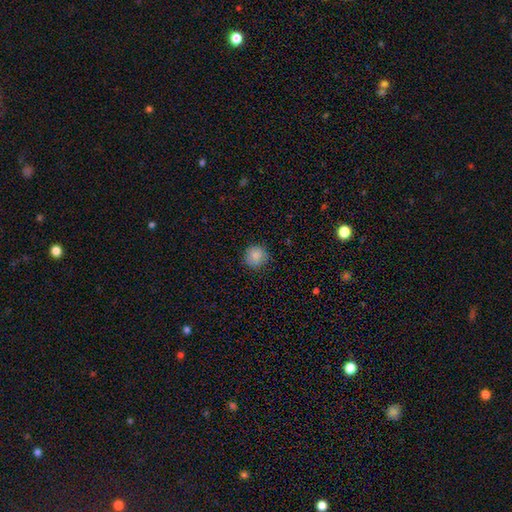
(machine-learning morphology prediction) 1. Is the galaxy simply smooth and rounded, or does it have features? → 87% smooth, 9% star or artifact, 4% featured or disk.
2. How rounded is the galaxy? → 94% round, 5% in between, 1% cigar-shaped.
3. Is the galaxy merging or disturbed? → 86% none, 11% minor disturbance, 3% major disturbance, 1% merger.